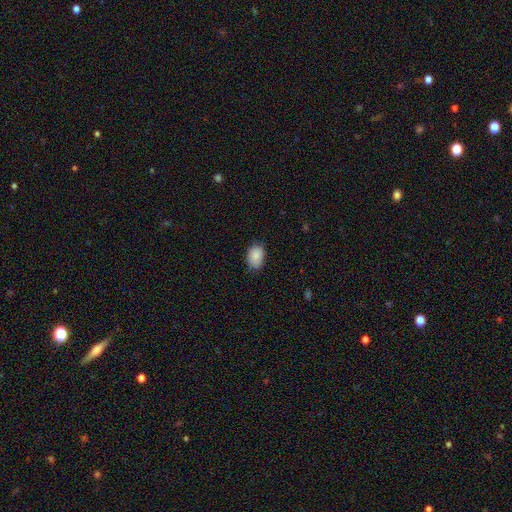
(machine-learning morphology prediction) smooth 88%, star or artifact 7%, featured or disk 5%. Down the decision tree: how rounded — in between (79%); merging — none (76%).